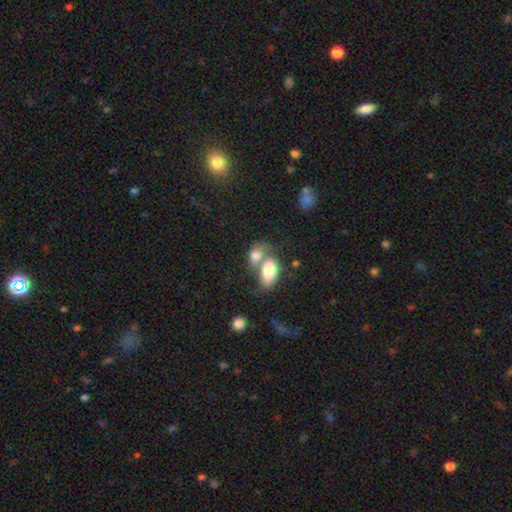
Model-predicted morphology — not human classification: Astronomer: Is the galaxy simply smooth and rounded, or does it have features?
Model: smooth — 78%.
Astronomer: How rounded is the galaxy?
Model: in between — 85%.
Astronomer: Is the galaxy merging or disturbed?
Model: merger — 69%.